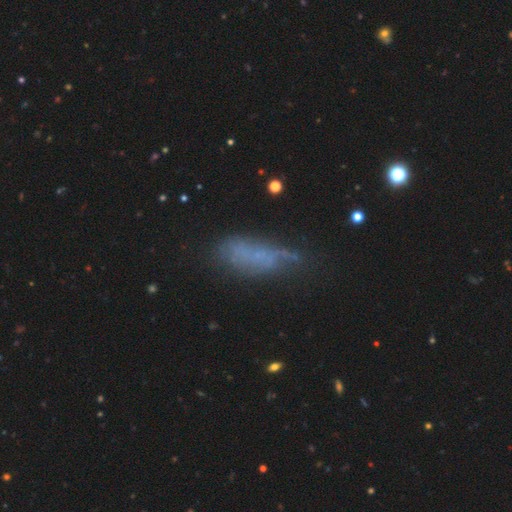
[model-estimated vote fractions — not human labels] A smooth galaxy with no disk features (48%). Merging: none (41%).